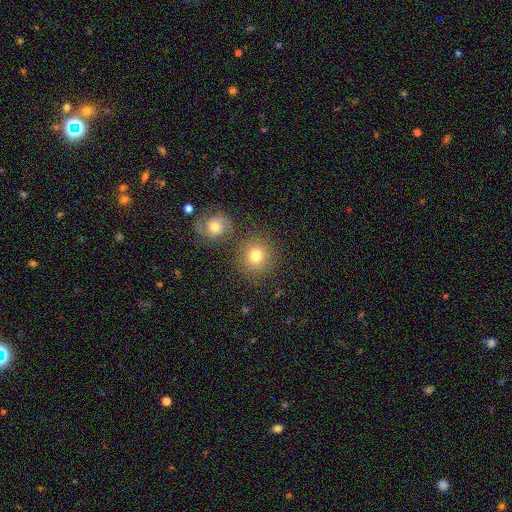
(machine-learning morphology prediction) A smooth galaxy with no disk features (76%) that is round (89%).

Vote fractions:
- Smooth or featured? smooth: 76% / star or artifact: 12% / featured or disk: 12%
- How rounded? round: 89% / in between: 10% / cigar-shaped: 1%
- Merging? none: 79% / merger: 10% / minor disturbance: 8% / major disturbance: 3%